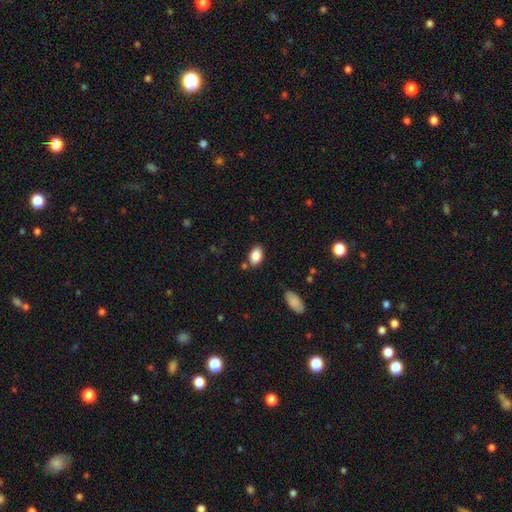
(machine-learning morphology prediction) type=smooth (87%); roundness=in between (89%); merging=none (80%).